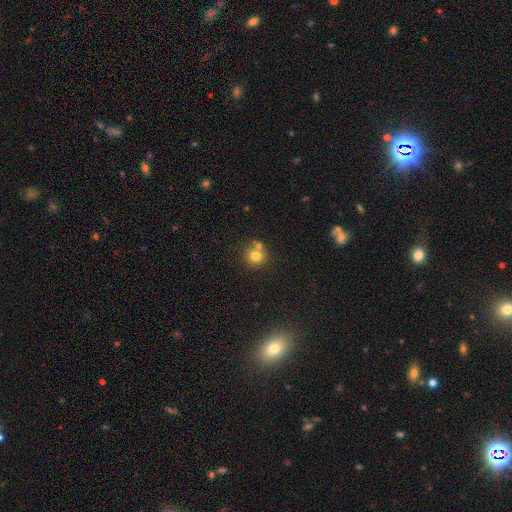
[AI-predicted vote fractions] The model was most divided on "merging": none: 63%, merger: 25%, minor disturbance: 10%, major disturbance: 3%. More confident: how rounded — round (89%); smooth or featured — smooth (78%).